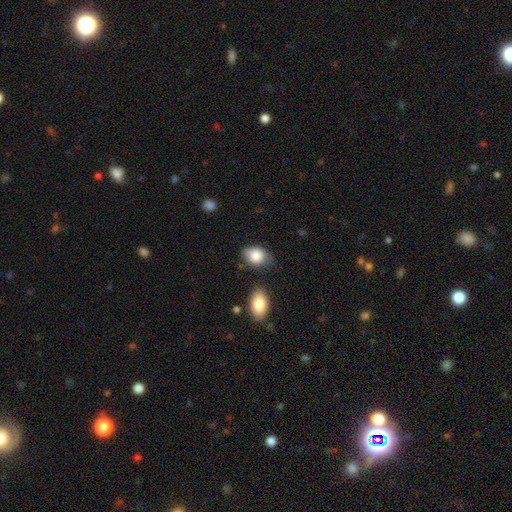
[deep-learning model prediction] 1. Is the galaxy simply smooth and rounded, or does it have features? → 86% smooth, 8% featured or disk, 7% star or artifact.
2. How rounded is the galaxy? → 76% in between, 23% round, 1% cigar-shaped.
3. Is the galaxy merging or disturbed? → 61% none, 28% minor disturbance, 6% major disturbance, 5% merger.